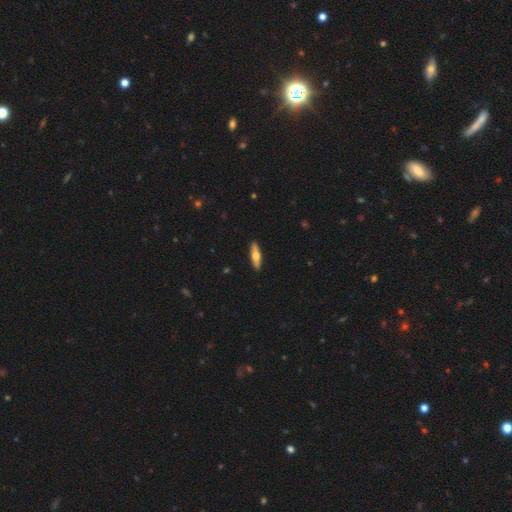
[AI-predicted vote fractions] Morphology: type=smooth (56%); roundness=cigar-shaped (60%); merging=none (91%).